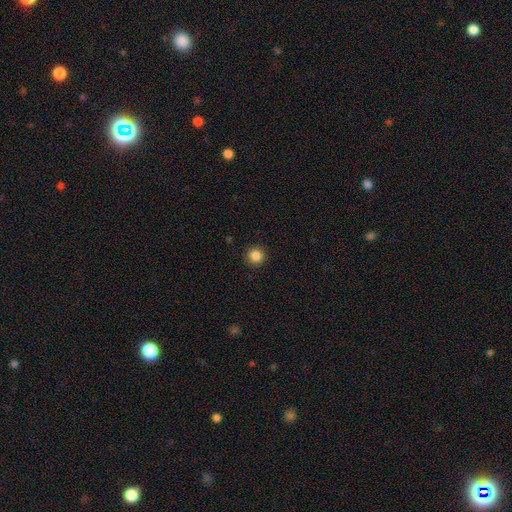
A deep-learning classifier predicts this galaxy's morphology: This appears to be a smooth galaxy with no disk features (86%) that is round (94%). Merging: none (92%).